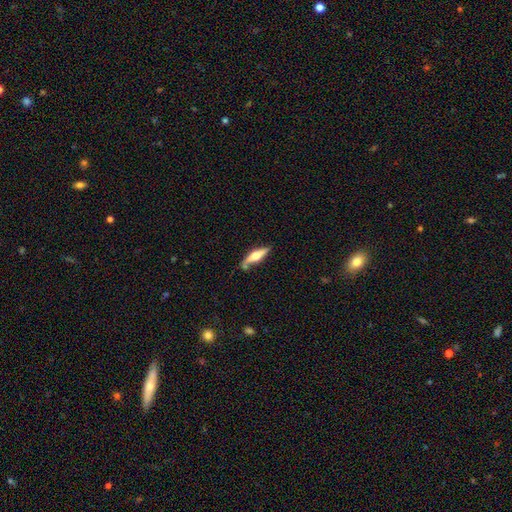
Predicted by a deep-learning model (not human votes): smooth-or-featured: featured or disk: 56% | smooth: 38% | star or artifact: 5%
  disk-edge-on: yes: 91% | no: 9%
    edge-on-bulge: rounded: 91% | boxy: 6% | none: 3%
  merging: none: 67% | minor disturbance: 21% | merger: 7% | major disturbance: 5%